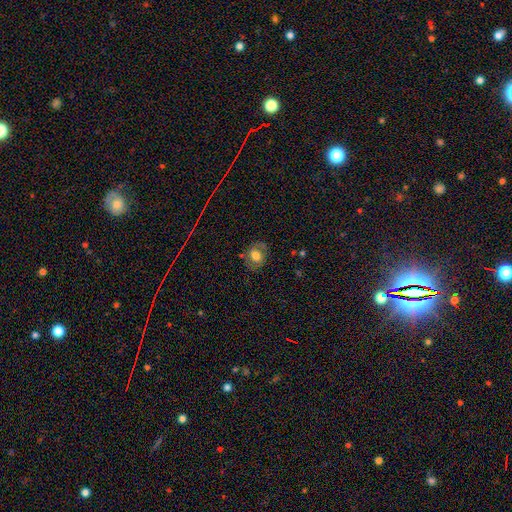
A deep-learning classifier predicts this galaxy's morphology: smooth_or_featured: smooth (p=0.59) [alt: featured or disk p=0.31]
how_rounded: round (p=0.57) [alt: in between p=0.42]
merging: none (p=0.73) [alt: minor disturbance p=0.18]